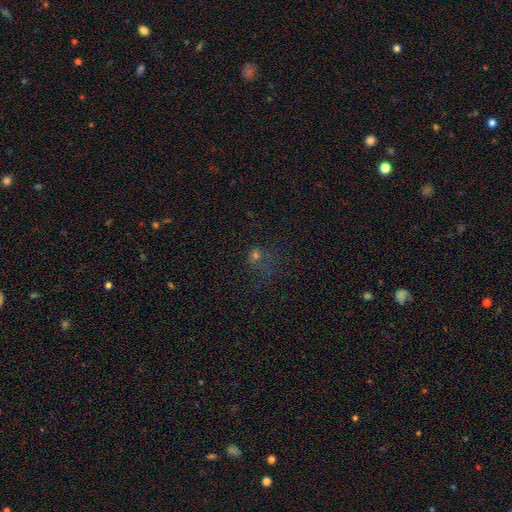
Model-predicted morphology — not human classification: Overall: smooth (48%; star or artifact 36%). Merging: none (45%; major disturbance 26%).